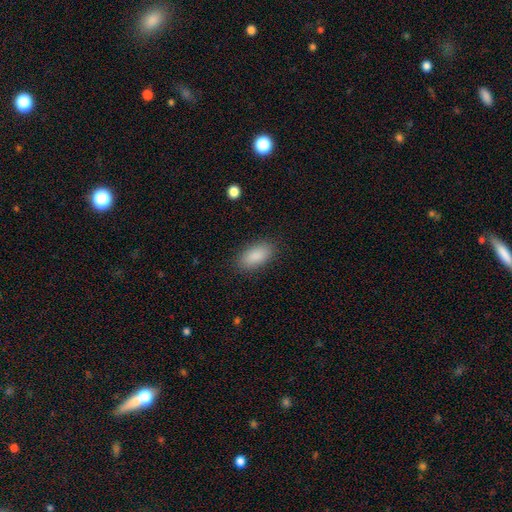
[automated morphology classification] The model was most divided on "merging": none: 87%, minor disturbance: 9%, major disturbance: 3%, merger: 1%. More confident: how rounded — in between (92%); smooth or featured — smooth (89%).